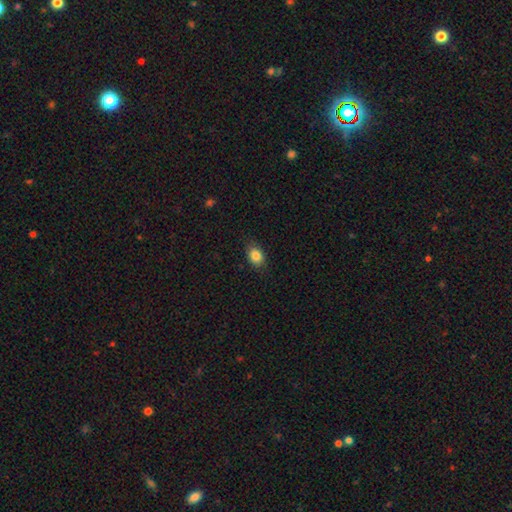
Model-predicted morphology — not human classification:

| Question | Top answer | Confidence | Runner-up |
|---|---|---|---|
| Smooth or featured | smooth | 85% | star or artifact (8%) |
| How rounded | in between | 72% | round (27%) |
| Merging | none | 83% | minor disturbance (13%) |